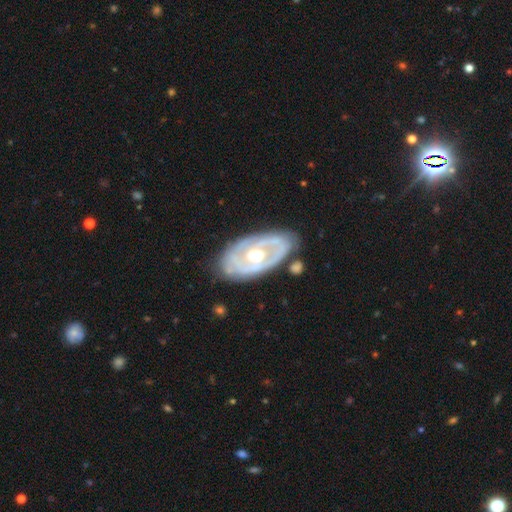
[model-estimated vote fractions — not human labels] A featured or disk galaxy (78%) with no bar (67%), spiral arms (51%) and a moderate central bulge (76%).

Vote fractions:
- Smooth or featured? featured or disk: 78% / smooth: 17% / star or artifact: 4%
- Edge-on disk? no: 92% / yes: 8%
- Bar? no: 67% / weak: 22% / strong: 10%
- Spiral arms? yes: 51% / no: 49%
- Bulge size? moderate: 76% / large: 14% / small: 8% / dominant: 1% / none: 1%
- Merging? none: 72% / minor disturbance: 19% / major disturbance: 6% / merger: 3%